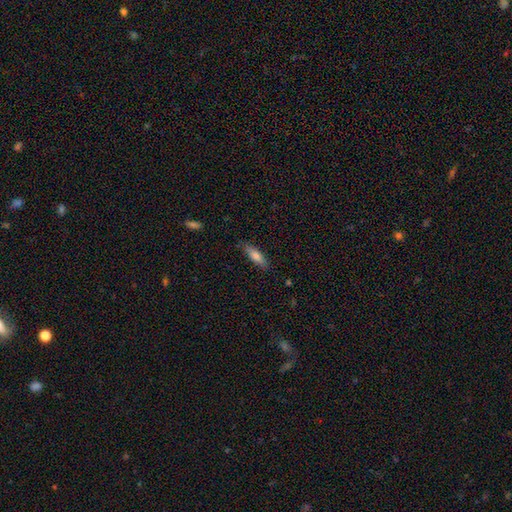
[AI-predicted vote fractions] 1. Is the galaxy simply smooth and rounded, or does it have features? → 75% smooth, 18% featured or disk, 7% star or artifact.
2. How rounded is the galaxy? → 57% cigar-shaped, 42% in between, 2% round.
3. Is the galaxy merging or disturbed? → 80% none, 16% minor disturbance, 3% major disturbance, 1% merger.